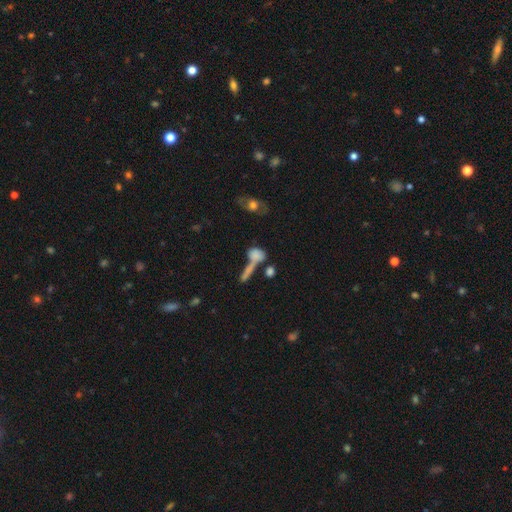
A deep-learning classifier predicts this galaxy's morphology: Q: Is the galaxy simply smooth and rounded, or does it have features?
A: smooth — 70%.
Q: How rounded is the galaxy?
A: in between — 46%.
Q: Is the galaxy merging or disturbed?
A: merger — 44%.